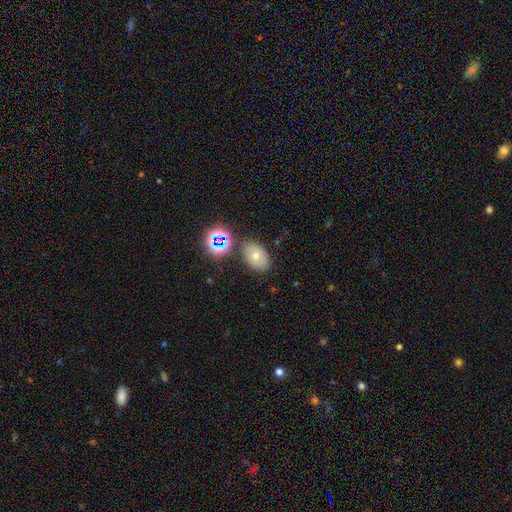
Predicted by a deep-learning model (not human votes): smooth-or-featured: smooth: 49% | star or artifact: 28% | featured or disk: 23%
  merging: none: 77% | minor disturbance: 13% | merger: 6% | major disturbance: 4%